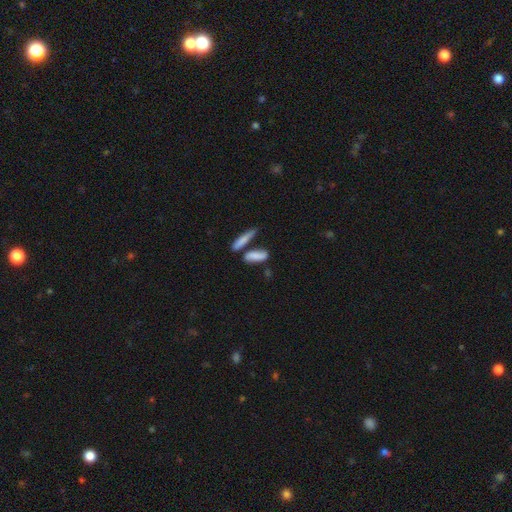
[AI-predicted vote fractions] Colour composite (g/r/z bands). It shows a smooth galaxy with no disk features (76%) that is cigar-shaped (58%). Merging: none (54%).